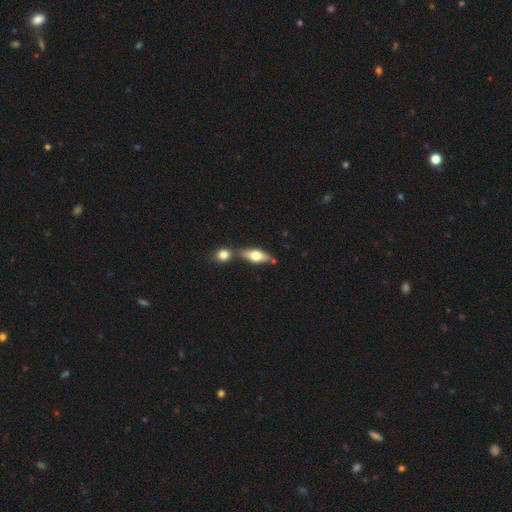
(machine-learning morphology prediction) This is likely a smooth galaxy (60%). How rounded: likely in between (71%). Merging: possibly none (51%).